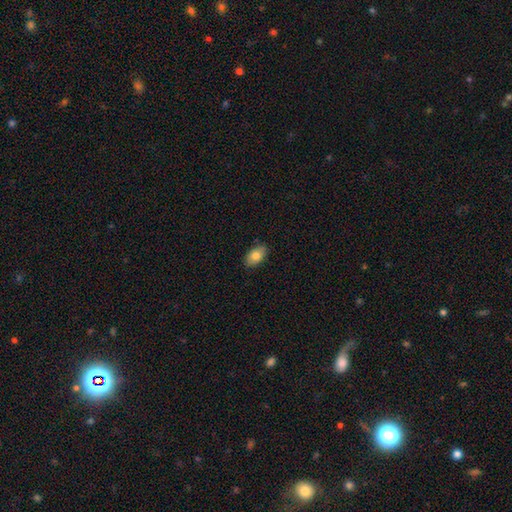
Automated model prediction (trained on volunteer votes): Morphology: type=smooth (81%); roundness=in between (92%); merging=none (87%).